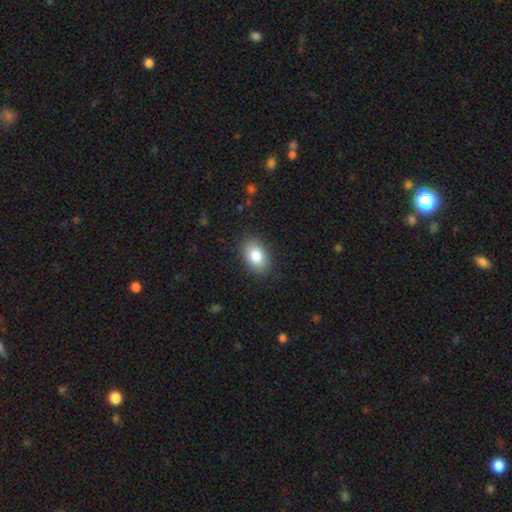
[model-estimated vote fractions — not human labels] A smooth galaxy with no disk features (83%) that is in between round and cigar-shaped (86%).

Vote fractions:
- Smooth or featured? smooth: 83% / featured or disk: 9% / star or artifact: 8%
- How rounded? in between: 86% / round: 13% / cigar-shaped: 1%
- Merging? none: 87% / minor disturbance: 9% / major disturbance: 2% / merger: 1%